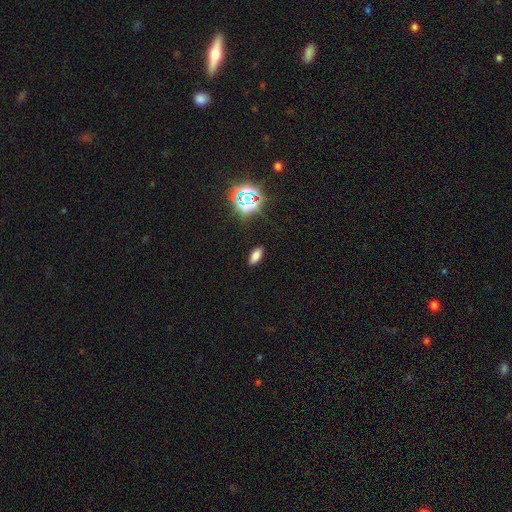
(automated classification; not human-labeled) Overall: smooth (74%). How rounded: in between (88%). Merging: none (89%).